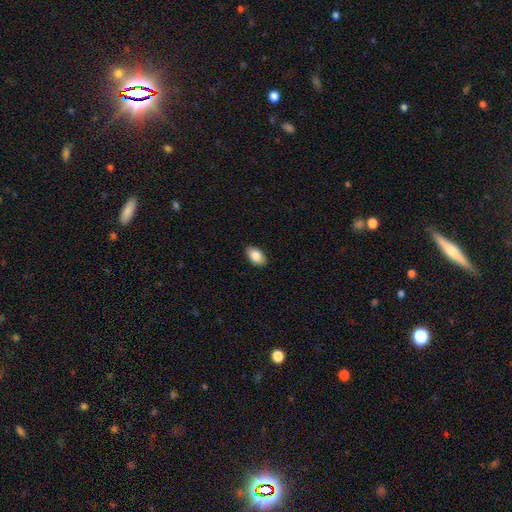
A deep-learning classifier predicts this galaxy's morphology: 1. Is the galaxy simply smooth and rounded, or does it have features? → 86% smooth, 7% featured or disk, 7% star or artifact.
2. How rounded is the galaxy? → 93% in between, 6% round, 1% cigar-shaped.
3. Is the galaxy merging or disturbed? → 90% none, 8% minor disturbance, 2% major disturbance, 1% merger.